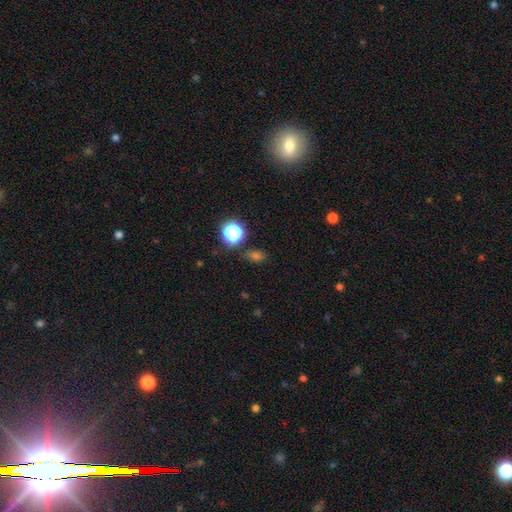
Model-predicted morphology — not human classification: smooth 59%, star or artifact 34%, featured or disk 7%. Down the decision tree: how rounded — in between (52%); merging — none (82%).